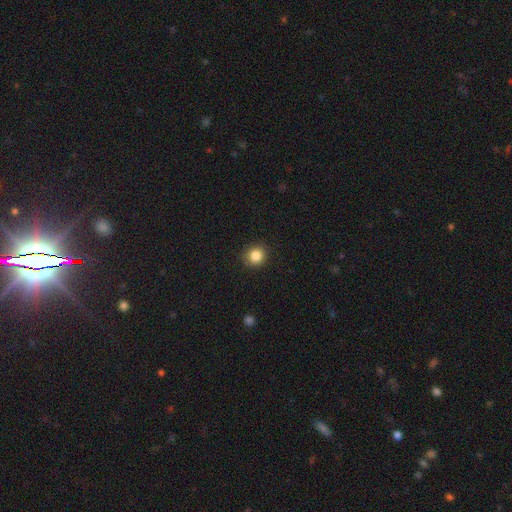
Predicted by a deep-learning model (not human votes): This appears to be a smooth galaxy with no disk features (85%) that is round (88%). Merging: none (89%).